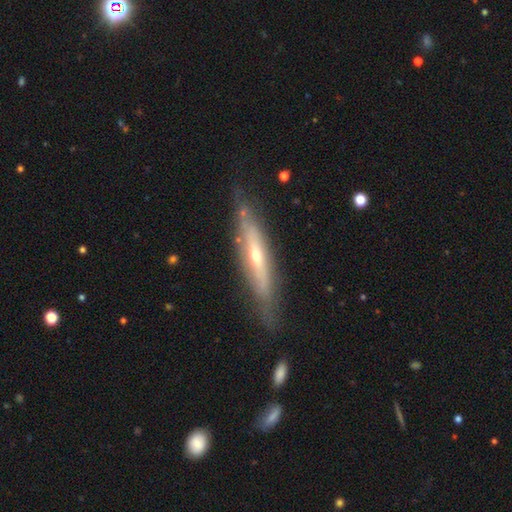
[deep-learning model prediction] Q: Smooth or featured?
A: featured or disk (70%); runner-up: smooth (24%)
Q: Edge-on disk?
A: yes (76%); runner-up: no (24%)
Q: Edge-on bulge?
A: rounded (76%); runner-up: none (20%)
Q: Merging?
A: none (76%); runner-up: minor disturbance (17%)